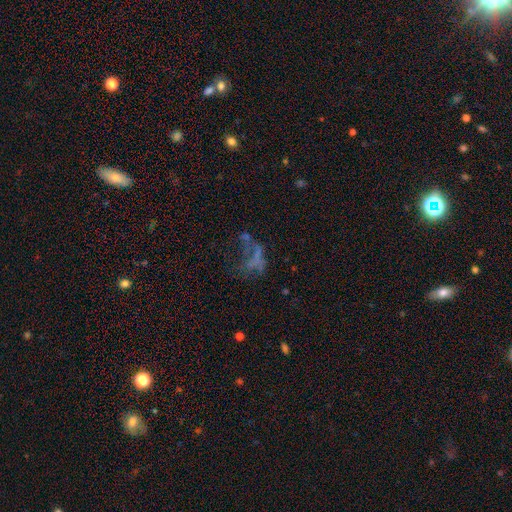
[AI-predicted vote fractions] smooth_or_featured: featured or disk (p=0.41) [alt: star or artifact p=0.29]
merging: major disturbance (p=0.41) [alt: none p=0.34]